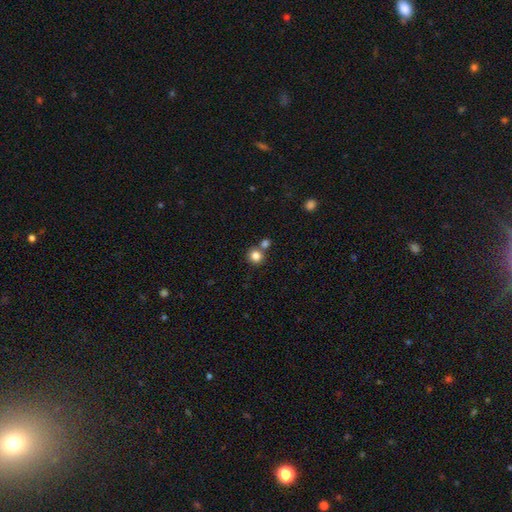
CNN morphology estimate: smooth 83%, star or artifact 11%, featured or disk 6%. Down the decision tree: how rounded — round (90%); merging — none (66%).